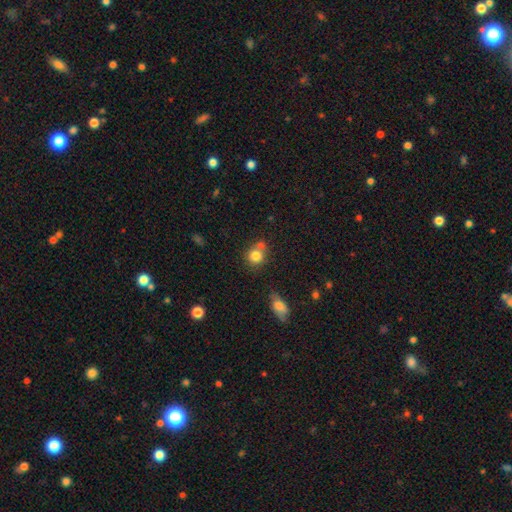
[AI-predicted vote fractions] smooth-or-featured: smooth: 81% | star or artifact: 10% | featured or disk: 9%
  how-rounded: round: 83% | in between: 16% | cigar-shaped: 1%
  merging: none: 53% | merger: 31% | minor disturbance: 12% | major disturbance: 4%